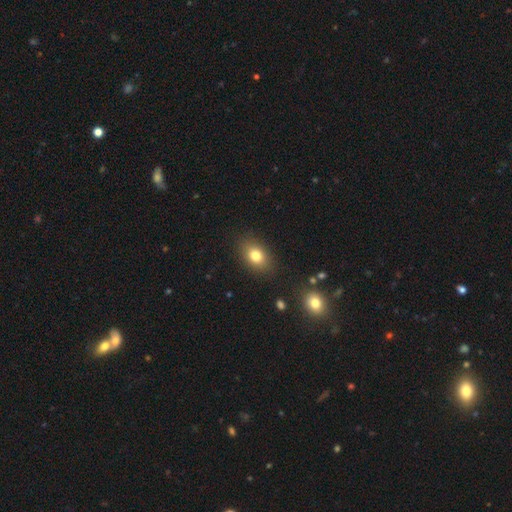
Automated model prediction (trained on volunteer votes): This is likely a smooth galaxy (79%). How rounded: likely in between (73%). Merging: clearly none (86%).